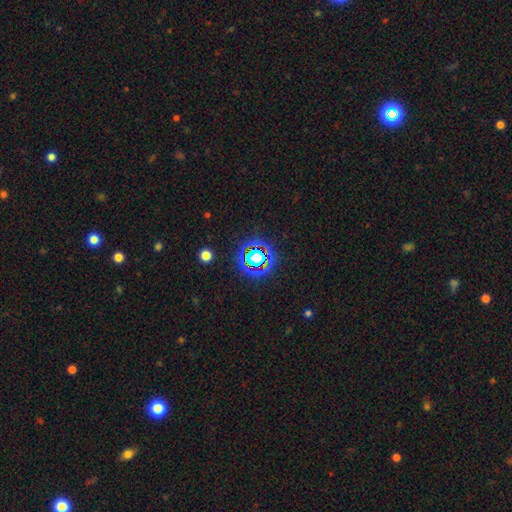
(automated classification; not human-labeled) The model was most divided on "smooth or featured": star or artifact: 68%, smooth: 19%, featured or disk: 13%.